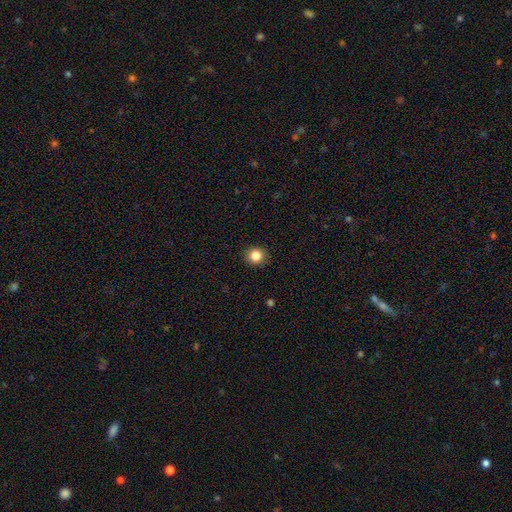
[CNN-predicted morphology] smooth 85%, star or artifact 10%, featured or disk 5%. Down the decision tree: how rounded — round (88%); merging — none (91%).